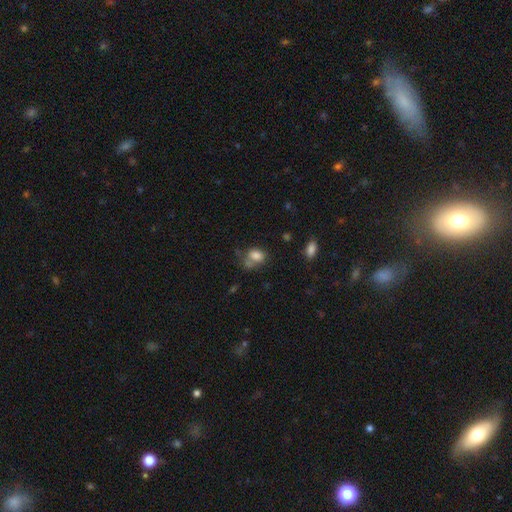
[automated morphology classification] Smooth or featured?
  - smooth: 79% *
  - star or artifact: 11%
  - featured or disk: 10%
How rounded?
  - in between: 71% *
  - round: 28%
  - cigar-shaped: 1%
Merging?
  - none: 40% *
  - merger: 24%
  - minor disturbance: 22%
  - major disturbance: 14%